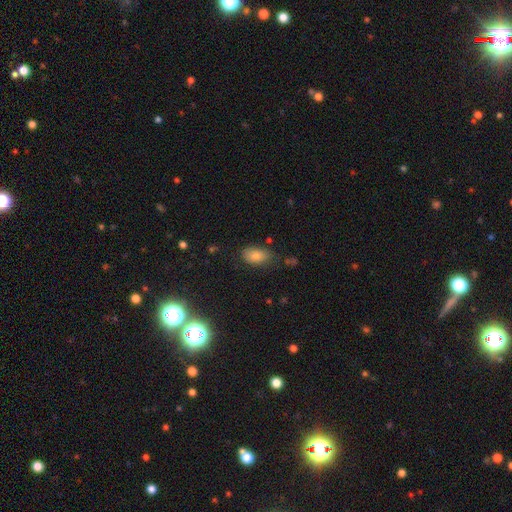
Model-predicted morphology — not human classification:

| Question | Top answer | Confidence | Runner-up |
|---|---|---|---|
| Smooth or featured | smooth | 74% | star or artifact (16%) |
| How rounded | in between | 89% | round (9%) |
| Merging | none | 72% | minor disturbance (20%) |